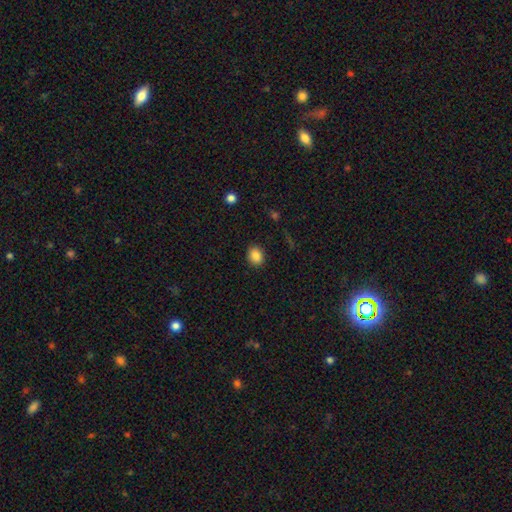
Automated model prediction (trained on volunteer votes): Smooth or featured: smooth — 86% (star or artifact — 10%)
How rounded: in between — 53% (round — 46%)
Merging: none — 87% (minor disturbance — 9%)